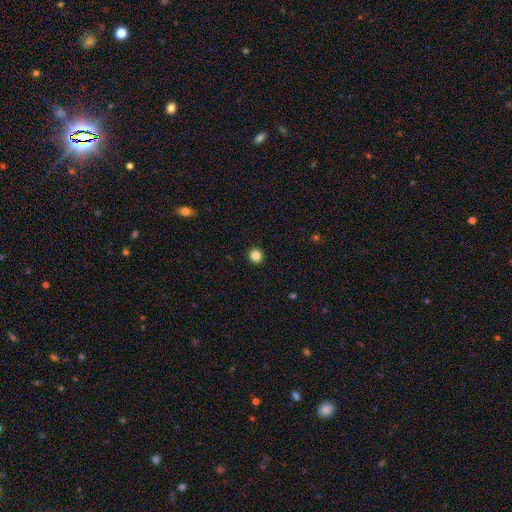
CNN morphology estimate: smooth_or_featured: smooth (p=0.85) [alt: star or artifact p=0.11]
how_rounded: round (p=0.94) [alt: in between p=0.05]
merging: none (p=0.94) [alt: minor disturbance p=0.04]